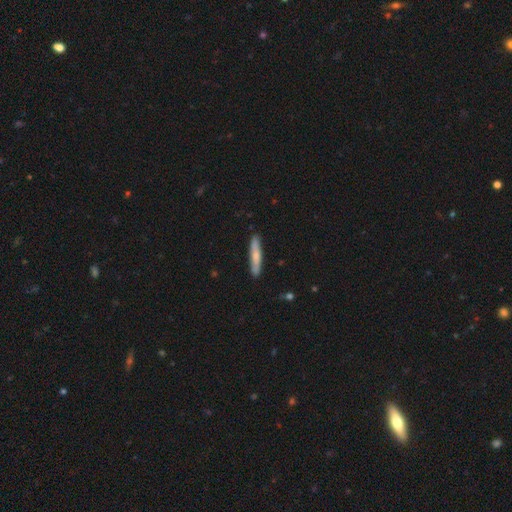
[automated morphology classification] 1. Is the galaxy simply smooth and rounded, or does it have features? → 64% smooth, 30% featured or disk, 5% star or artifact.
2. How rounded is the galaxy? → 92% cigar-shaped, 7% in between, 1% round.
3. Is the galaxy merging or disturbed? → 87% none, 10% minor disturbance, 2% major disturbance, 2% merger.